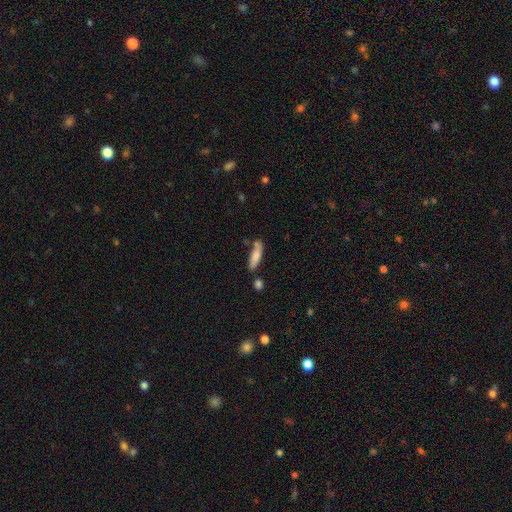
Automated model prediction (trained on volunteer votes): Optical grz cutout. It shows a smooth galaxy with no disk features (81%) that is cigar-shaped (64%). Merging: none (63%).